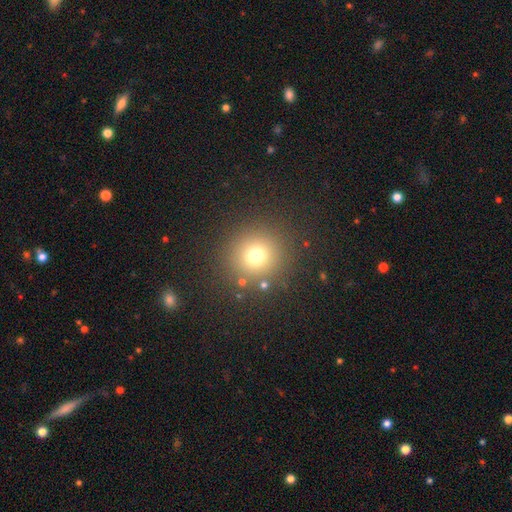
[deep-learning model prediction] smooth_or_featured: smooth (p=0.71) [alt: star or artifact p=0.20]
how_rounded: round (p=0.93) [alt: in between p=0.06]
merging: none (p=0.85) [alt: minor disturbance p=0.07]